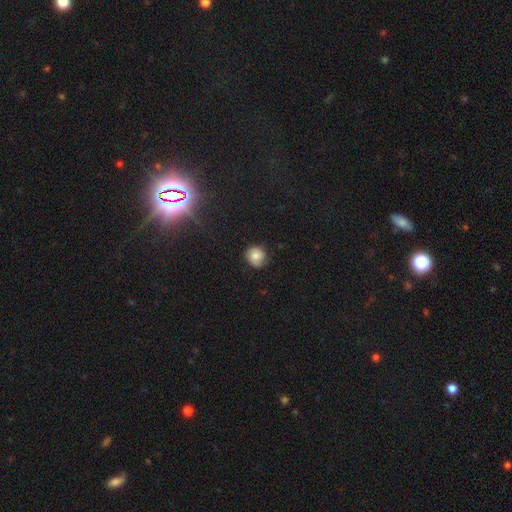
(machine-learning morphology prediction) A smooth galaxy with no disk features (74%) that is round (84%).

Vote fractions:
- Smooth or featured? smooth: 74% / featured or disk: 16% / star or artifact: 10%
- How rounded? round: 84% / in between: 15% / cigar-shaped: 1%
- Merging? none: 75% / minor disturbance: 20% / major disturbance: 4% / merger: 1%